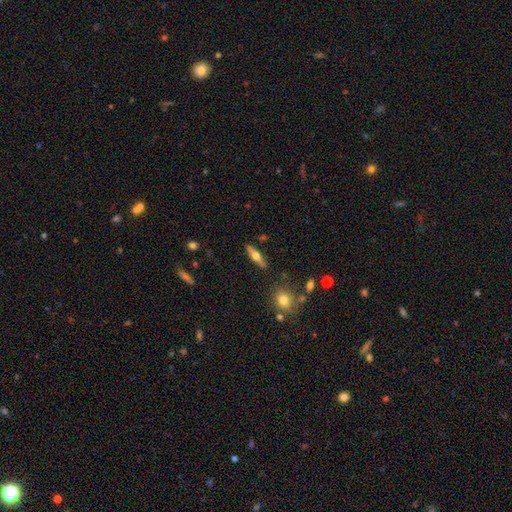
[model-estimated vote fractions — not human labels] Overall: featured or disk (56%; smooth 37%). Edge-on disk: yes (93%). Edge-on bulge: rounded (94%). Merging: none (87%).